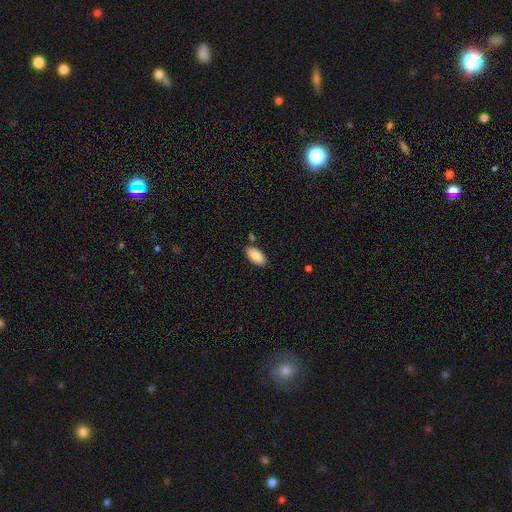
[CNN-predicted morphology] Q: Smooth or featured?
A: smooth (86%); runner-up: featured or disk (8%)
Q: How rounded?
A: in between (94%); runner-up: cigar-shaped (4%)
Q: Merging?
A: none (82%); runner-up: minor disturbance (11%)